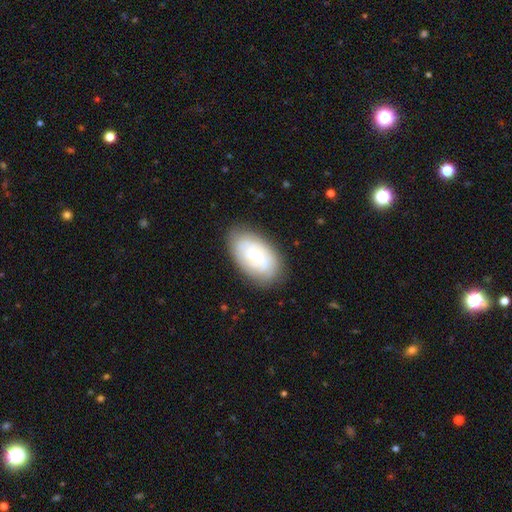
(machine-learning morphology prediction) smooth_or_featured: featured or disk (p=0.60) [alt: smooth p=0.34]
disk_edge_on: no (p=0.95) [alt: yes p=0.05]
bar: no (p=0.60) [alt: weak p=0.33]
has_spiral_arms: yes (p=0.75) [alt: no p=0.25]
bulge_size: small (p=0.46) [alt: moderate p=0.43]
merging: none (p=0.77) [alt: minor disturbance p=0.17]